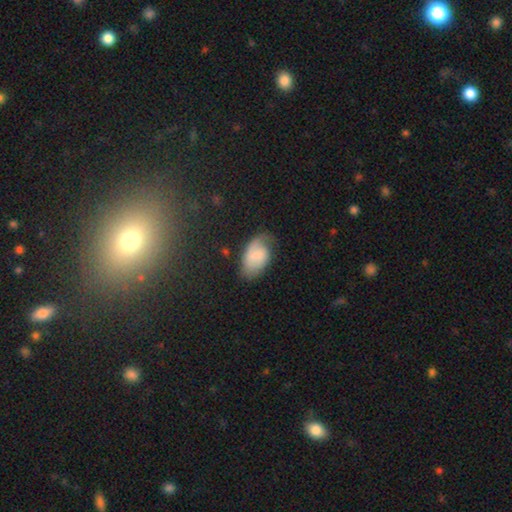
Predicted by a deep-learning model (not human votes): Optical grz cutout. It shows a smooth galaxy with no disk features (55%) that is in between round and cigar-shaped (92%). Merging: none (57%).